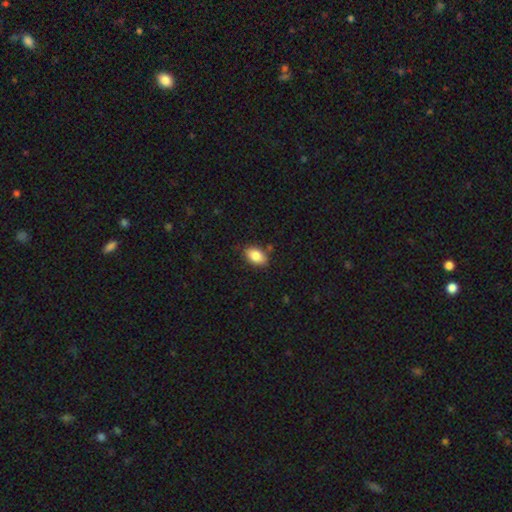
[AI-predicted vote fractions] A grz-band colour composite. It shows a smooth galaxy with no disk features (85%) that is in between round and cigar-shaped (90%). Merging: none (83%).